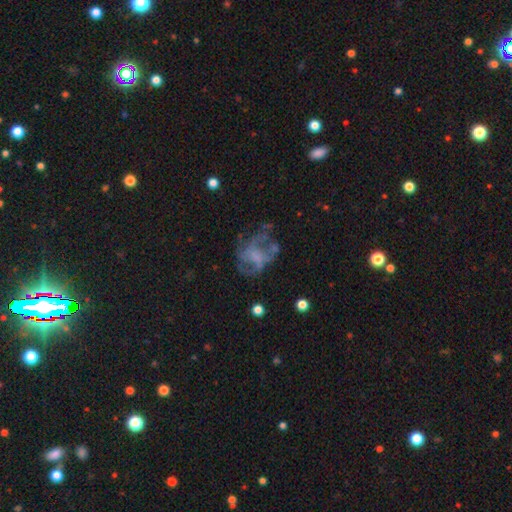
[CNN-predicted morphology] This appears to be a featured or disk galaxy (63%) with no bar (71%), spiral arms (50%, tied with no) and no central bulge (58%). Merging: none (42%).